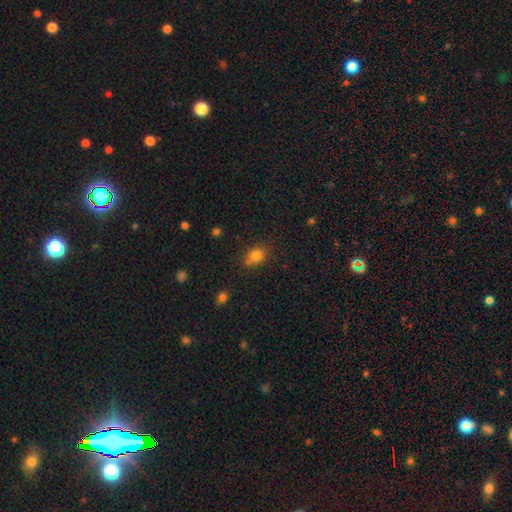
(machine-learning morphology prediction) This appears to be a smooth galaxy with no disk features (81%) that is in between round and cigar-shaped (56%). Merging: none (70%).